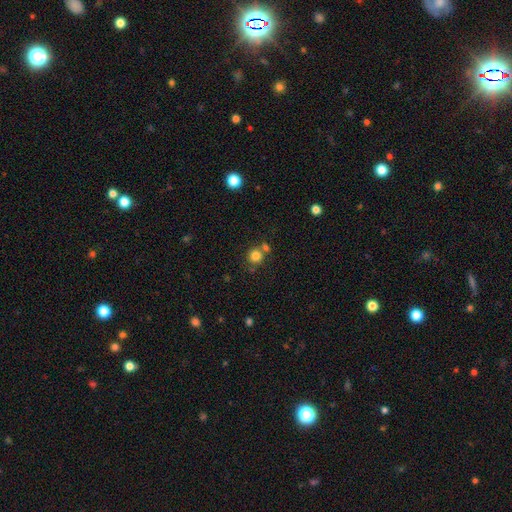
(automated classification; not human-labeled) Smooth or featured? smooth (80%)
How rounded? round (90%)
Merging? none (63%)